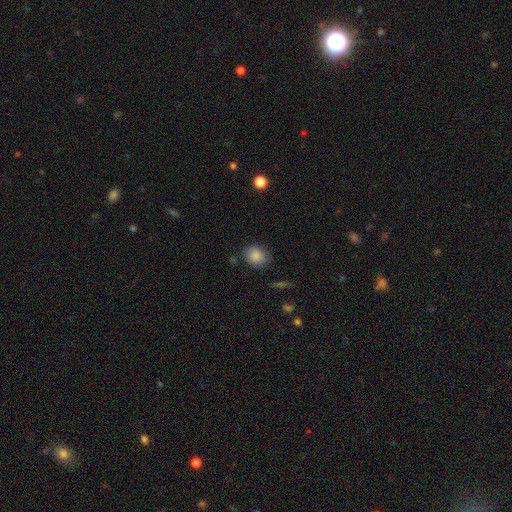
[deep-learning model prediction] Smooth or featured? Predicted: smooth (p=0.86). How rounded? Predicted: round (p=0.57). Merging? Predicted: none (p=0.77).